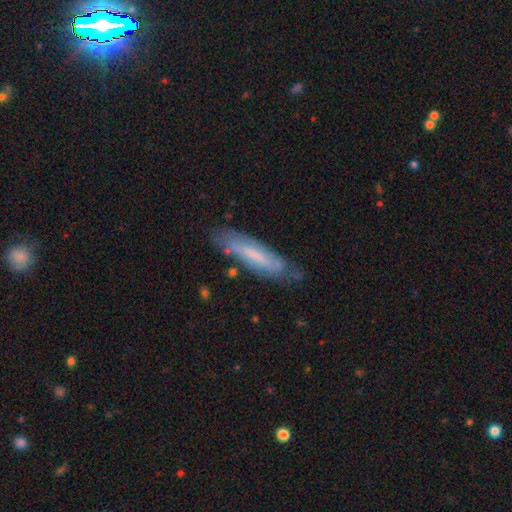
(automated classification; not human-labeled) A smooth galaxy with no disk features (53%) that is cigar-shaped (76%).

Vote fractions:
- Smooth or featured? smooth: 53% / featured or disk: 40% / star or artifact: 7%
- How rounded? cigar-shaped: 76% / in between: 23% / round: 1%
- Merging? none: 70% / minor disturbance: 22% / major disturbance: 6% / merger: 3%